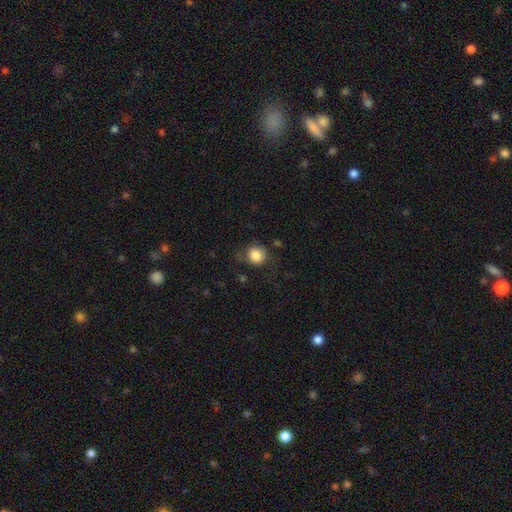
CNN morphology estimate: A smooth galaxy with no disk features (84%) that is round (86%).

Vote fractions:
- Smooth or featured? smooth: 84% / star or artifact: 9% / featured or disk: 7%
- How rounded? round: 86% / in between: 14% / cigar-shaped: 1%
- Merging? none: 68% / minor disturbance: 20% / major disturbance: 11% / merger: 2%